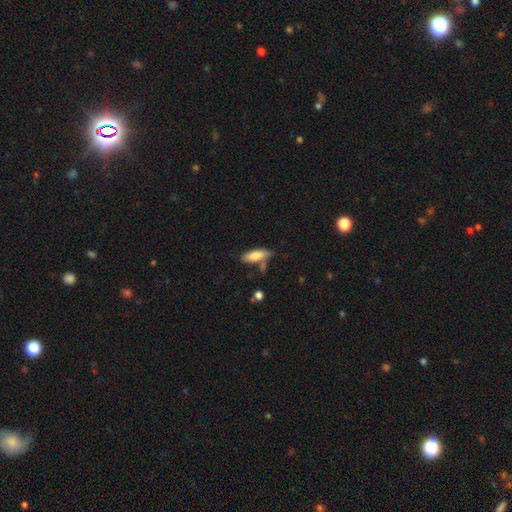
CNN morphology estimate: Smooth or featured?
  - smooth: 82% *
  - featured or disk: 12%
  - star or artifact: 6%
How rounded?
  - in between: 63% *
  - cigar-shaped: 35%
  - round: 2%
Merging?
  - none: 61% *
  - minor disturbance: 21%
  - merger: 13%
  - major disturbance: 5%